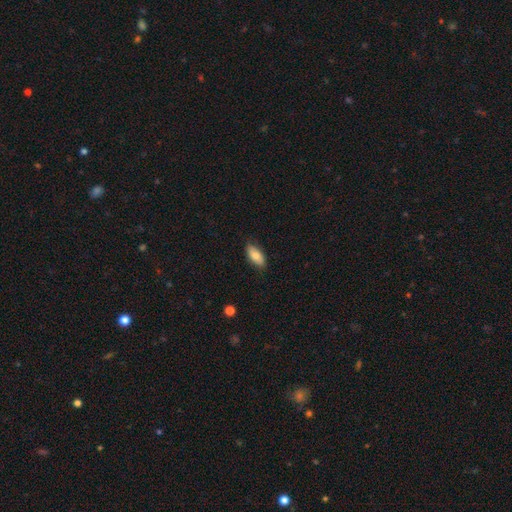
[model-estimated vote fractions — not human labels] Q: Smooth or featured?
A: smooth (79%); runner-up: featured or disk (15%)
Q: How rounded?
A: in between (91%); runner-up: cigar-shaped (7%)
Q: Merging?
A: none (81%); runner-up: minor disturbance (15%)